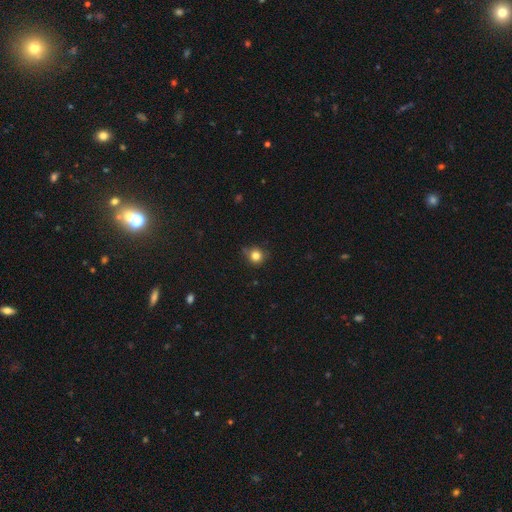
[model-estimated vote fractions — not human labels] Morphology: type=smooth (81%); roundness=round (89%); merging=none (71%).